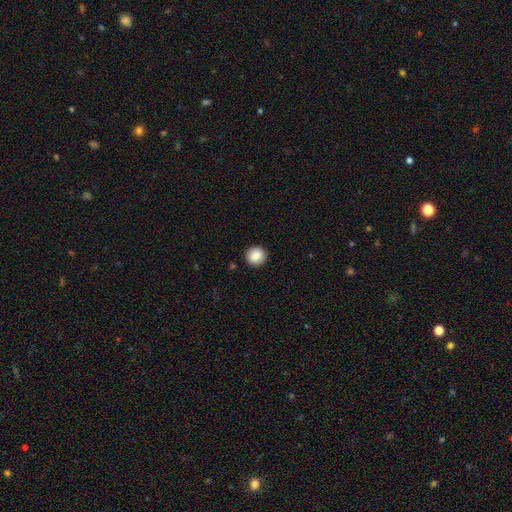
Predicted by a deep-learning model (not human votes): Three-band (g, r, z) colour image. It shows a smooth galaxy with no disk features (88%) that is round (91%). Merging: none (91%).